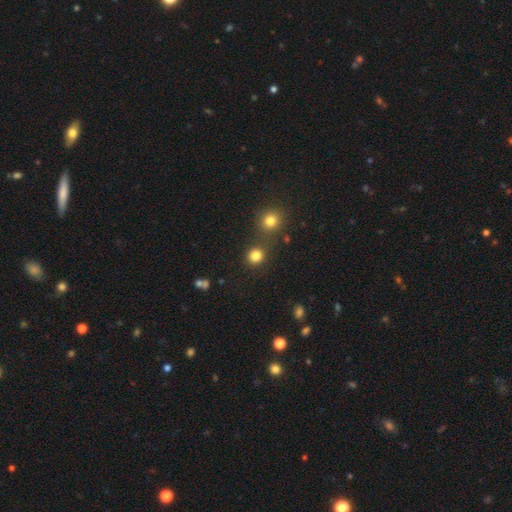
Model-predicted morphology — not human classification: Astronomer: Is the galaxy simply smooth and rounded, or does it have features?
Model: smooth — 82%.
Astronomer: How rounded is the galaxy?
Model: round — 87%.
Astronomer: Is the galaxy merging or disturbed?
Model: none — 79%.